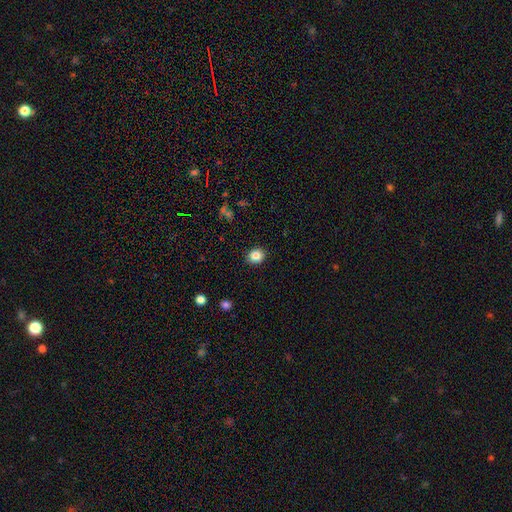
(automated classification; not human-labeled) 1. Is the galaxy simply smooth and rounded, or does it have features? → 84% smooth, 10% star or artifact, 6% featured or disk.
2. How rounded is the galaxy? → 76% round, 23% in between, 1% cigar-shaped.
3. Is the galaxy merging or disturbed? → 91% none, 6% minor disturbance, 2% major disturbance, 1% merger.